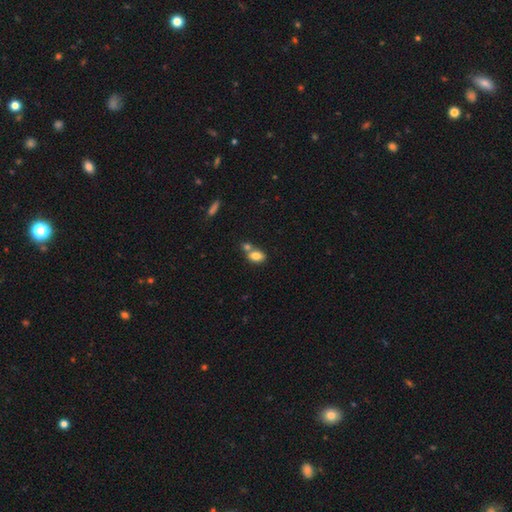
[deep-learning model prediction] smooth-or-featured: smooth: 78% | featured or disk: 13% | star or artifact: 9%
  how-rounded: in between: 84% | round: 13% | cigar-shaped: 3%
  merging: merger: 45% | none: 41% | minor disturbance: 11% | major disturbance: 4%